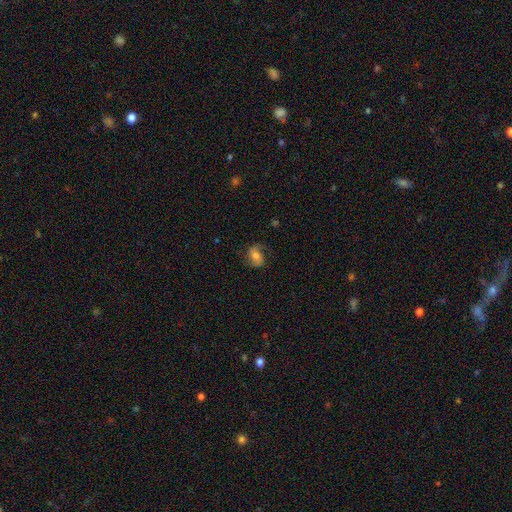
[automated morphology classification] featured or disk 51%, smooth 39%, star or artifact 9%. Down the decision tree: edge-on disk — no (96%); merging — none (67%).